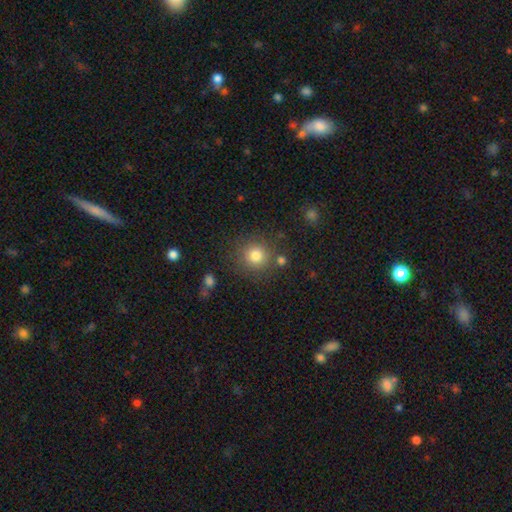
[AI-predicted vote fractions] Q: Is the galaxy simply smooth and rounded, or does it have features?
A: smooth — 81%.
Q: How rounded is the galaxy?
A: round — 92%.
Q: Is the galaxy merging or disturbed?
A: none — 82%.